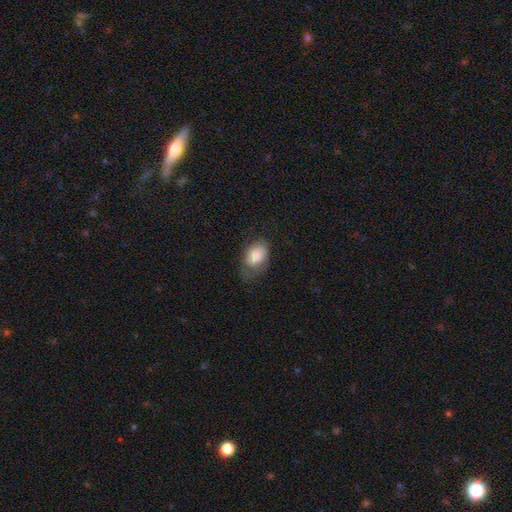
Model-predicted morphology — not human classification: A smooth galaxy with no disk features (79%) that is in between round and cigar-shaped (87%).

Vote fractions:
- Smooth or featured? smooth: 79% / featured or disk: 14% / star or artifact: 7%
- How rounded? in between: 87% / round: 12% / cigar-shaped: 1%
- Merging? none: 47% / minor disturbance: 32% / major disturbance: 19% / merger: 2%